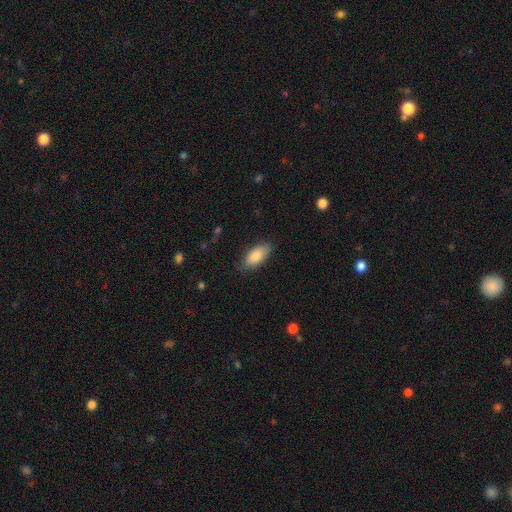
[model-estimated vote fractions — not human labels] The model was most divided on "merging": none: 81%, minor disturbance: 15%, major disturbance: 3%, merger: 1%. More confident: how rounded — in between (89%); smooth or featured — smooth (83%).